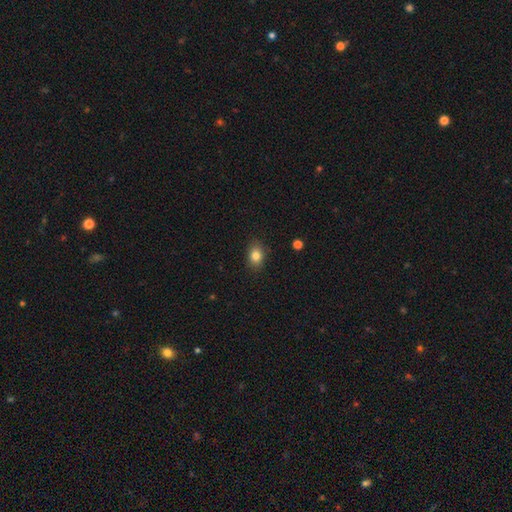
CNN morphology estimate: This appears to be a smooth galaxy with no disk features (83%) that is in between round and cigar-shaped (69%). Merging: none (86%).